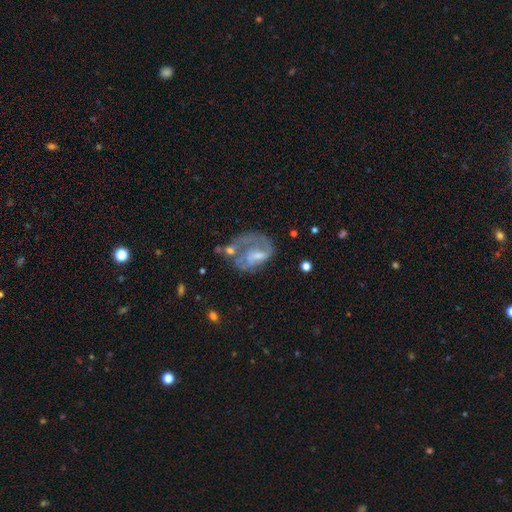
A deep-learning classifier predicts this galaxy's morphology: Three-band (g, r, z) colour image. It shows a featured or disk galaxy (67%) with no bar (46%), spiral arms (65%) and a moderate central bulge (33%, tied with small). Merging: major disturbance (40%).